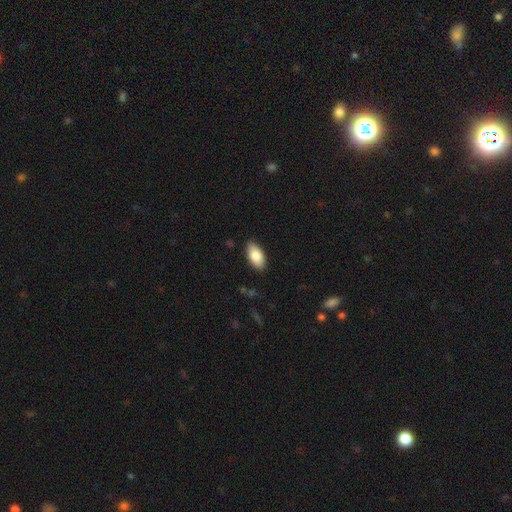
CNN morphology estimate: Overall: smooth (84%). How rounded: in between (93%). Merging: none (86%).